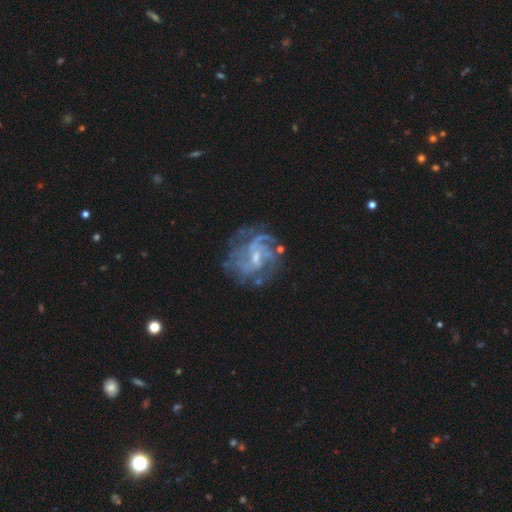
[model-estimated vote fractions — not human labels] smooth-or-featured: featured or disk: 85% | star or artifact: 8% | smooth: 7%
  disk-edge-on: no: 98% | yes: 2%
    bar: weak: 51% | no: 39% | strong: 10%
    has-spiral-arms: yes: 91% | no: 9%
      spiral-winding: tight: 43% | medium: 41% | loose: 16%
      spiral-arm-count: can't tell: 35% | 3: 21% | 2: 16% | 4: 15% | more than 4: 7% | 1: 6%
    bulge-size: small: 59% | moderate: 32% | none: 7% | large: 1% | dominant: 1%
  merging: none: 63% | minor disturbance: 19% | major disturbance: 15% | merger: 3%